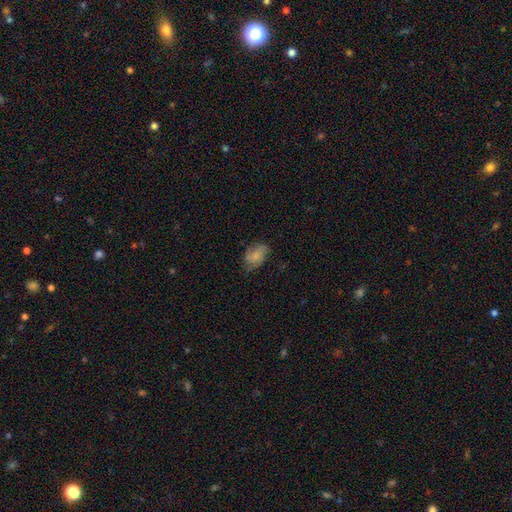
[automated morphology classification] A smooth galaxy with no disk features (56%) that is in between round and cigar-shaped (83%).

Vote fractions:
- Smooth or featured? smooth: 56% / featured or disk: 36% / star or artifact: 8%
- How rounded? in between: 83% / round: 15% / cigar-shaped: 2%
- Merging? none: 57% / minor disturbance: 30% / major disturbance: 11% / merger: 1%